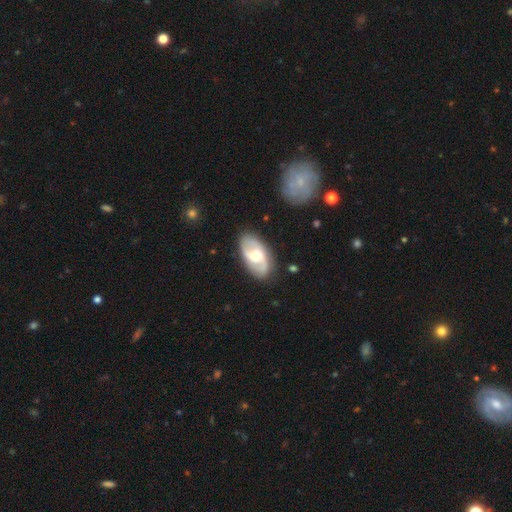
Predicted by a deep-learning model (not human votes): featured or disk 70%, smooth 24%, star or artifact 5%. Down the decision tree: edge-on disk — no (94%); bar — weak (49%); spiral arms — yes (83%); spiral arm count — 2 (85%); spiral winding — medium (43%); bulge size — moderate (63%); merging — none (82%).